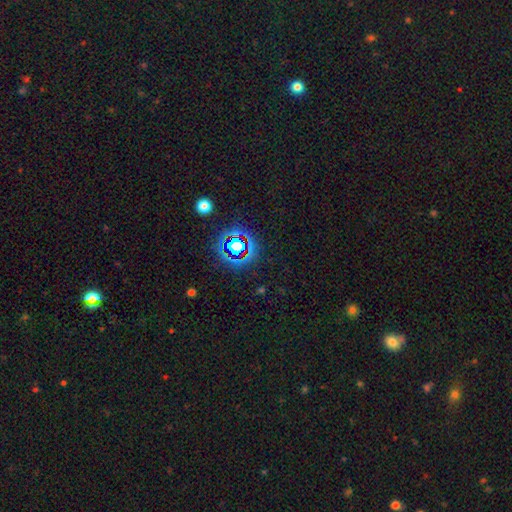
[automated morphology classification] A star or artifact, not a galaxy (74%).